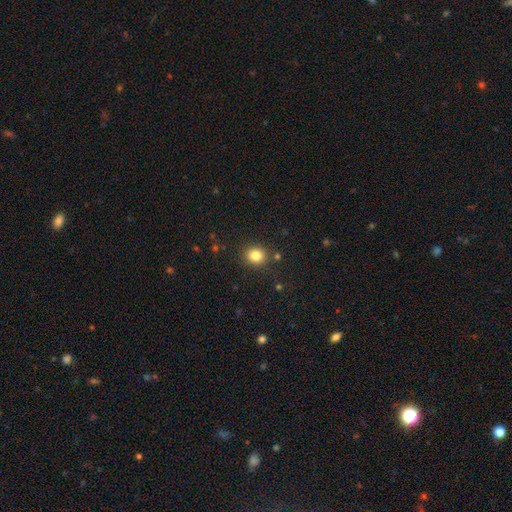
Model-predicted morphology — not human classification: The model was most divided on "how rounded": round: 75%, in between: 24%, cigar-shaped: 1%. More confident: merging — none (87%); smooth or featured — smooth (83%).